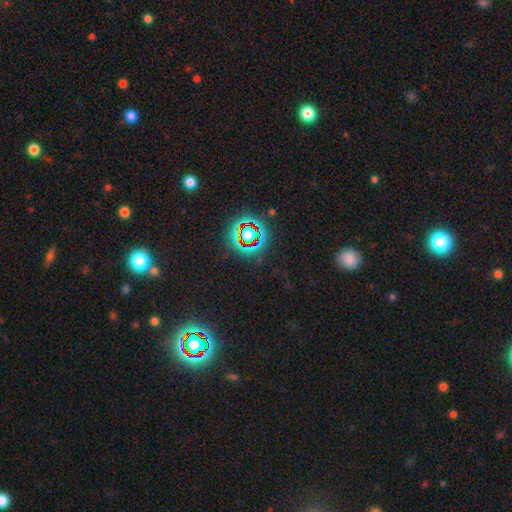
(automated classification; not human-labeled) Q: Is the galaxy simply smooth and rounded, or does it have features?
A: star or artifact — 69%.